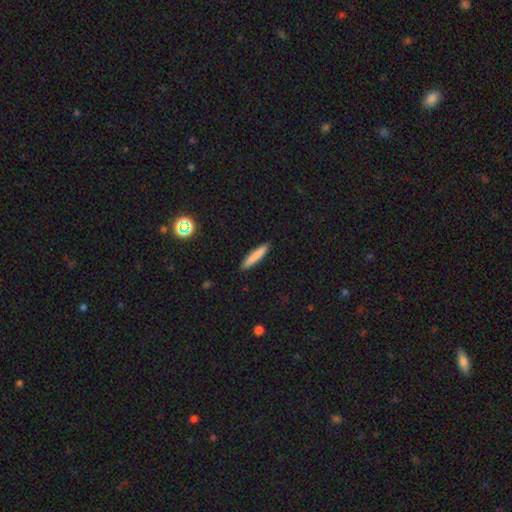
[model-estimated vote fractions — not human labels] Smooth or featured?
  - smooth: 81% *
  - featured or disk: 12%
  - star or artifact: 7%
How rounded?
  - cigar-shaped: 91% *
  - in between: 8%
  - round: 1%
Merging?
  - none: 90% *
  - minor disturbance: 7%
  - major disturbance: 2%
  - merger: 1%